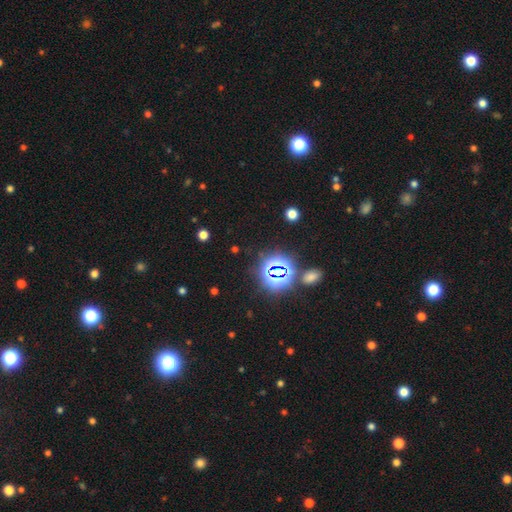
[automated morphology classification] type=star or artifact (79%).